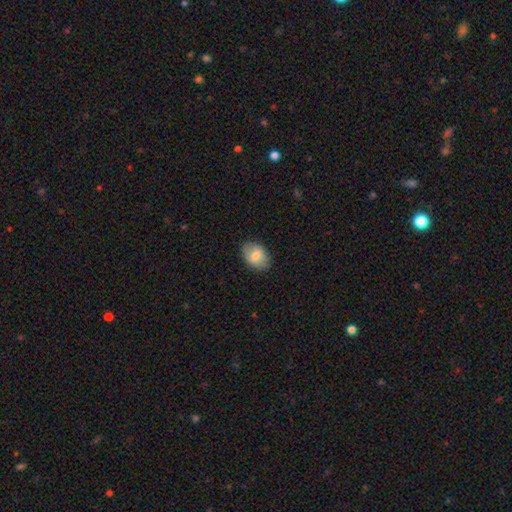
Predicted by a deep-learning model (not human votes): Smooth or featured?
  - smooth: 76% *
  - featured or disk: 17%
  - star or artifact: 7%
How rounded?
  - in between: 82% *
  - round: 17%
  - cigar-shaped: 1%
Merging?
  - none: 86% *
  - minor disturbance: 10%
  - major disturbance: 2%
  - merger: 1%